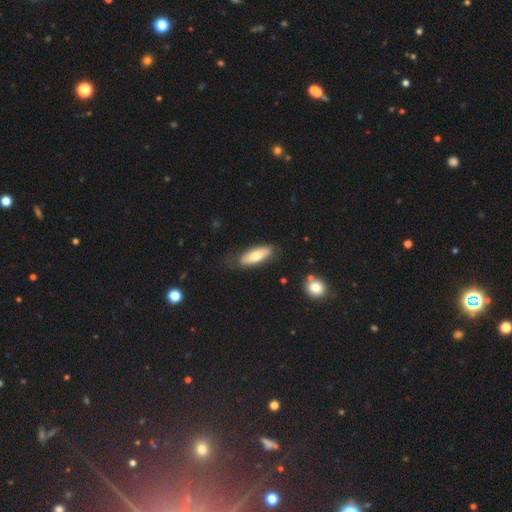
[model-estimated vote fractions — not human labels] Smooth or featured?
  - smooth: 68% *
  - featured or disk: 26%
  - star or artifact: 6%
How rounded?
  - in between: 57% *
  - cigar-shaped: 41%
  - round: 2%
Merging?
  - none: 77% *
  - minor disturbance: 17%
  - major disturbance: 5%
  - merger: 2%